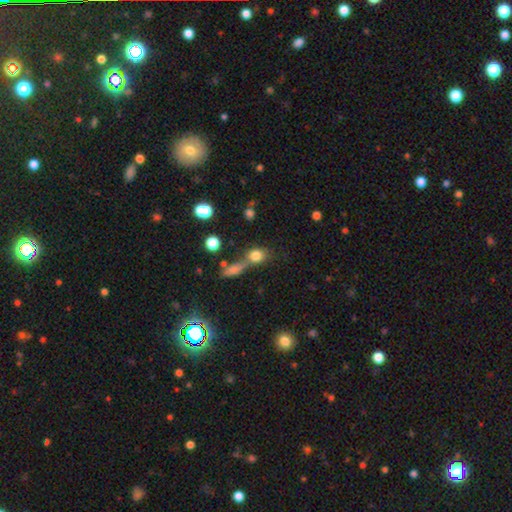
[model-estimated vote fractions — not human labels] This appears to be a smooth galaxy with no disk features (77%) that is round (59%). Merging: none (44%).